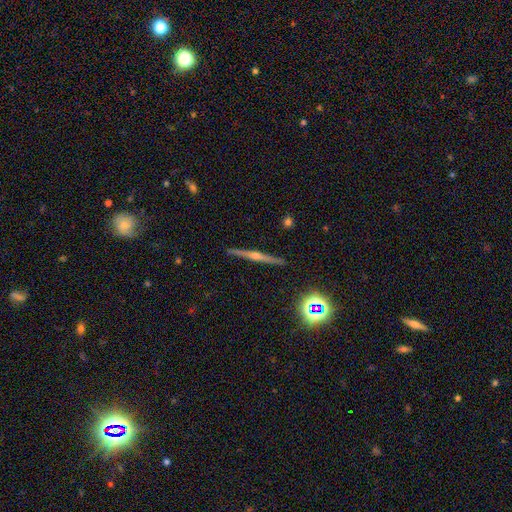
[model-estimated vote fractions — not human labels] Smooth or featured: featured or disk — 77% (smooth — 12%)
Edge-on disk: yes — 98% (no — 2%)
Edge-on bulge: rounded — 87% (none — 8%)
Merging: none — 92% (minor disturbance — 6%)